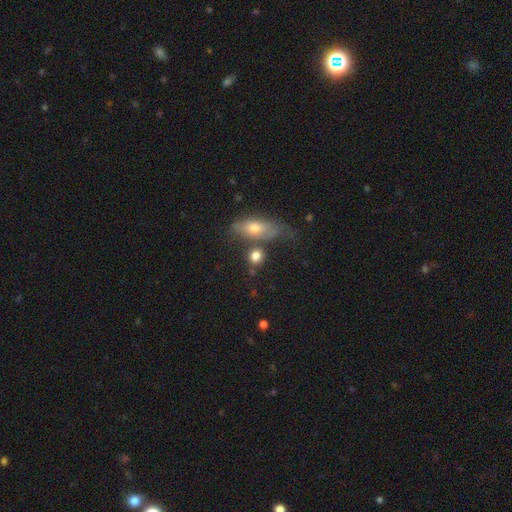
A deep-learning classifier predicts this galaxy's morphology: smooth 79%, featured or disk 12%, star or artifact 9%. Down the decision tree: how rounded — round (66%); merging — none (57%).